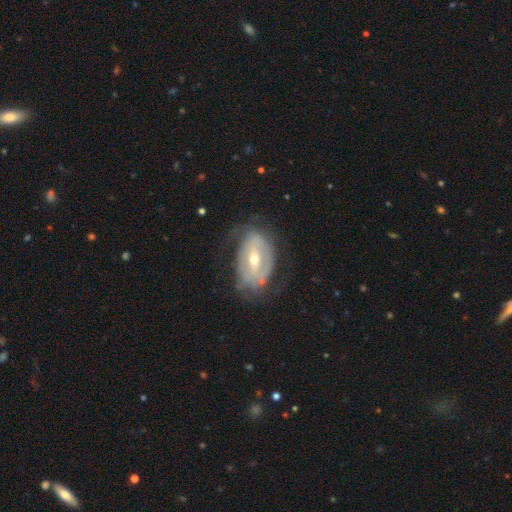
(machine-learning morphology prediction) Smooth or featured? featured or disk (73%)
Edge-on disk? no (93%)
Bar? weak (40%)
Spiral arms? yes (70%)
Bulge size? moderate (58%)
Merging? none (67%)